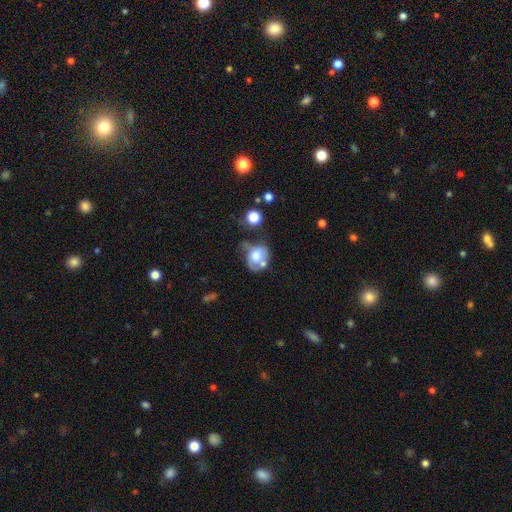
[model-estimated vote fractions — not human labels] Morphology: type=smooth (54%); roundness=round (56%); merging=merger (26%, tied with none).